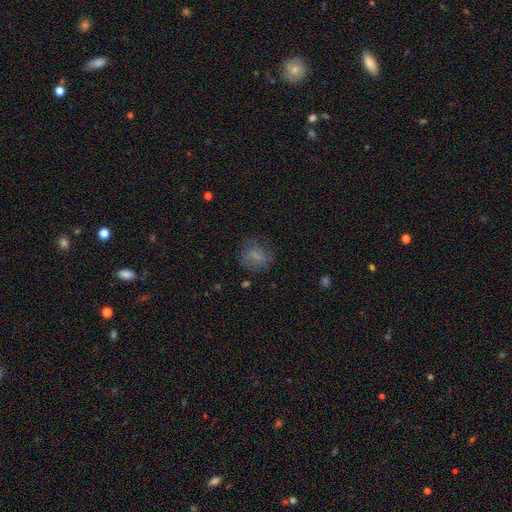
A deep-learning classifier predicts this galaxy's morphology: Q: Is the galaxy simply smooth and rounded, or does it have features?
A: smooth — 67%.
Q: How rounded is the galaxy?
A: round — 60%.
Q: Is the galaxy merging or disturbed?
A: none — 62%.